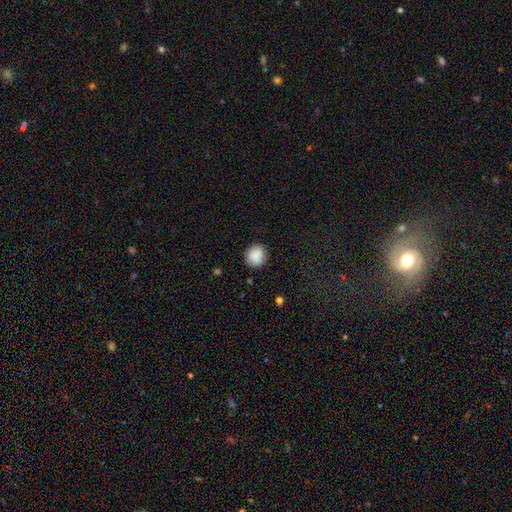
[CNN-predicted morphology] This appears to be a smooth galaxy with no disk features (87%) that is round (78%). Merging: none (82%).